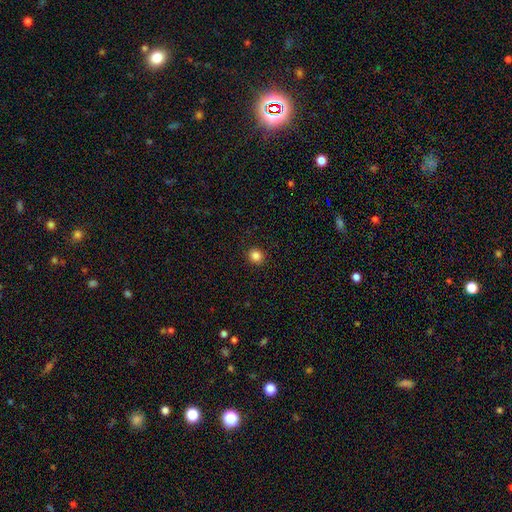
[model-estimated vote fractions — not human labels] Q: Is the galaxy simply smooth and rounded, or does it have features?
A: smooth — 85%.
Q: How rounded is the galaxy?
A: round — 89%.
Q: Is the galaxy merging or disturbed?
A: none — 92%.